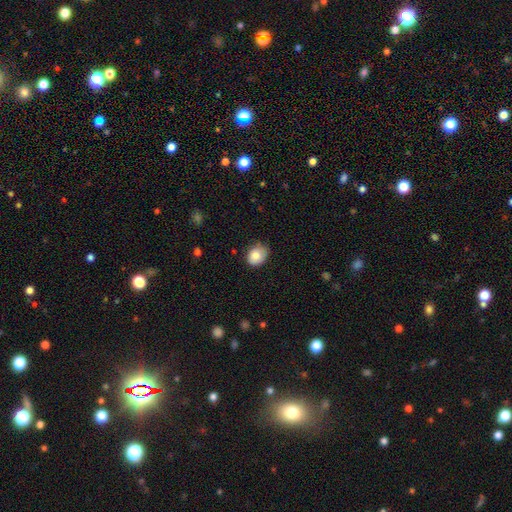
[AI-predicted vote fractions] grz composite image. It shows a smooth galaxy with no disk features (85%) that is in between round and cigar-shaped (57%). Merging: none (67%).